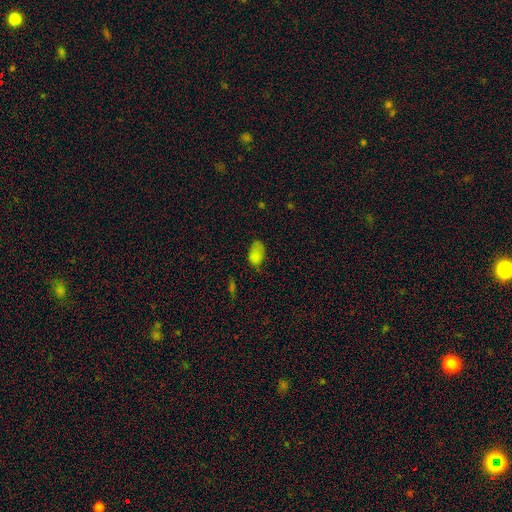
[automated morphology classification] type=smooth (80%); roundness=in between (91%); merging=none (51%).